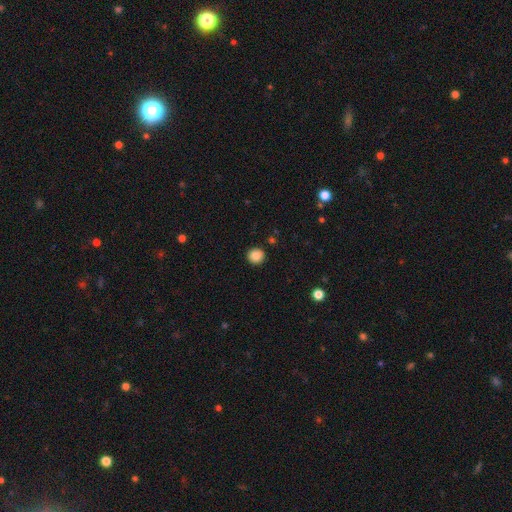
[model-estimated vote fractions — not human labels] This appears to be a smooth galaxy with no disk features (86%) that is round (93%). Merging: none (91%).